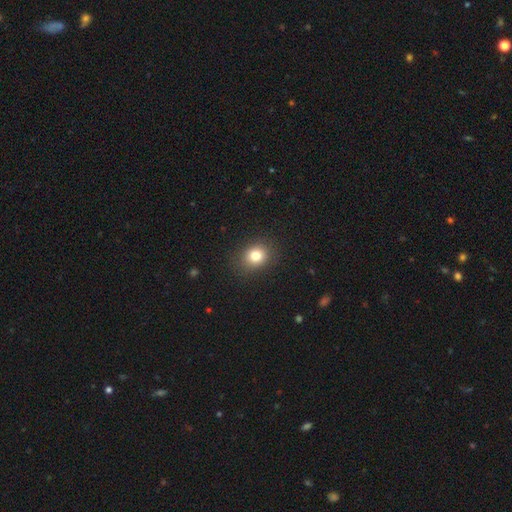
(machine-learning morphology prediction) This appears to be a smooth galaxy with no disk features (81%) that is round (66%). Merging: none (87%).